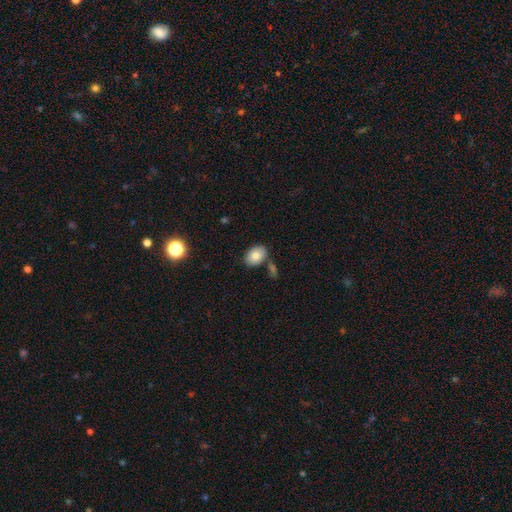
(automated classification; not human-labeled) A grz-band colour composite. It shows a smooth galaxy with no disk features (82%) that is in between round and cigar-shaped (83%). Merging: none (73%).